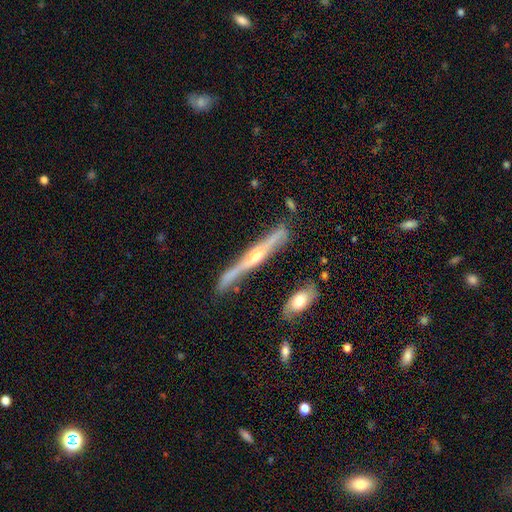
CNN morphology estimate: Overall: featured or disk (78%). Edge-on disk: yes (96%). Edge-on bulge: rounded (83%). Merging: none (73%).